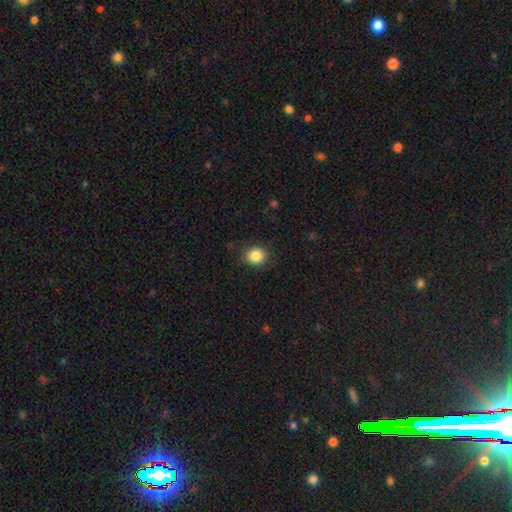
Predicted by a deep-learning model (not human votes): Smooth or featured? Predicted: smooth (p=0.86). How rounded? Predicted: round (p=0.85). Merging? Predicted: none (p=0.89).